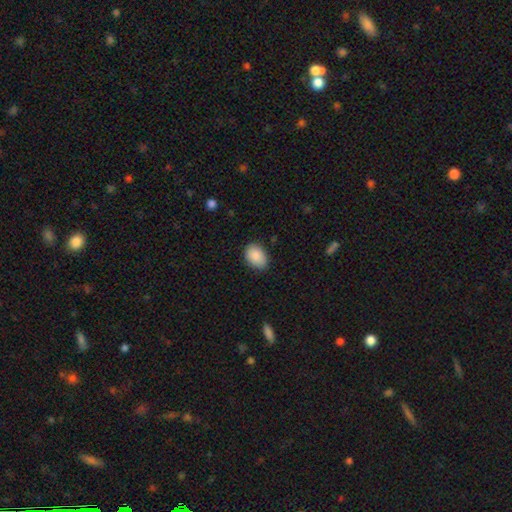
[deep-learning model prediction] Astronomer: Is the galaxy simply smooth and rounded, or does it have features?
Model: smooth — 88%.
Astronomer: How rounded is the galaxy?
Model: in between — 81%.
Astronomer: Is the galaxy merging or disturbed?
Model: none — 82%.